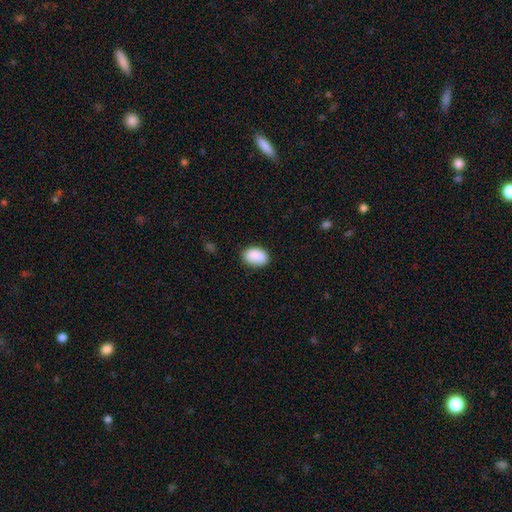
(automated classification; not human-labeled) This is clearly a smooth galaxy (89%). How rounded: clearly in between (83%). Merging: clearly none (82%).